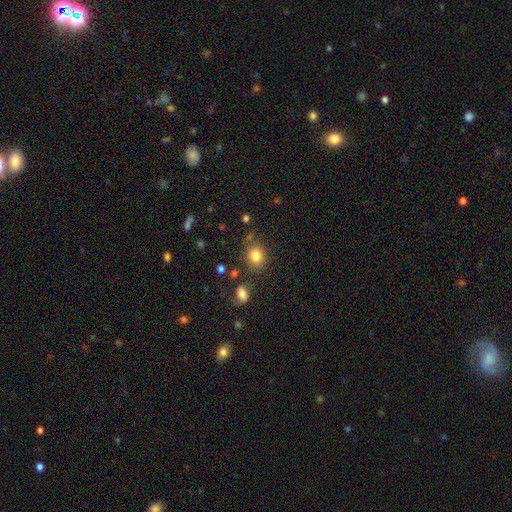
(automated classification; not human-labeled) Smooth or featured? smooth (82%)
How rounded? round (67%)
Merging? none (75%)